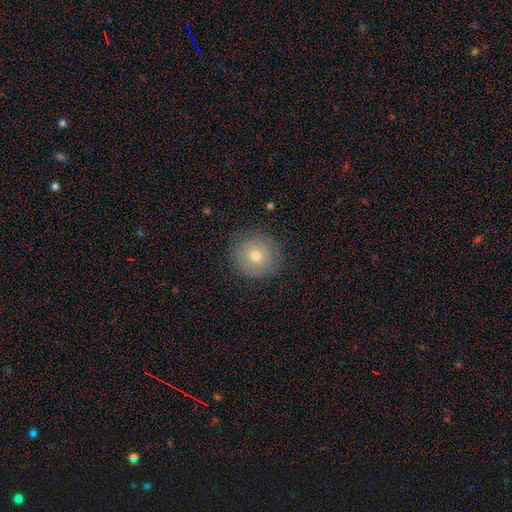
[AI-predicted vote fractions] Smooth or featured? smooth (66%)
How rounded? round (94%)
Merging? none (85%)